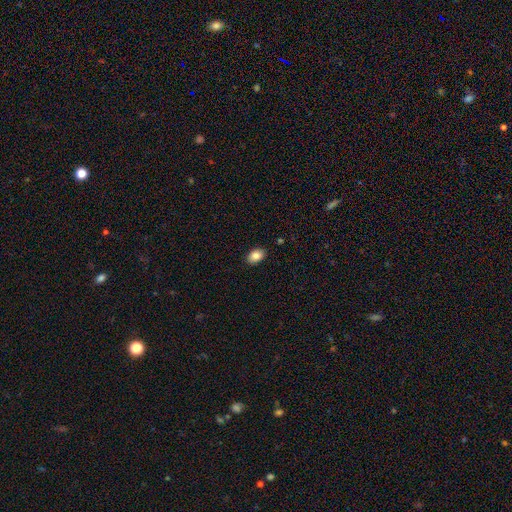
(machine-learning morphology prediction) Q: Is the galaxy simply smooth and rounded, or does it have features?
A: smooth — 87%.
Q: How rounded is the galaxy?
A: in between — 87%.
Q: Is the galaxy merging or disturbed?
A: none — 87%.